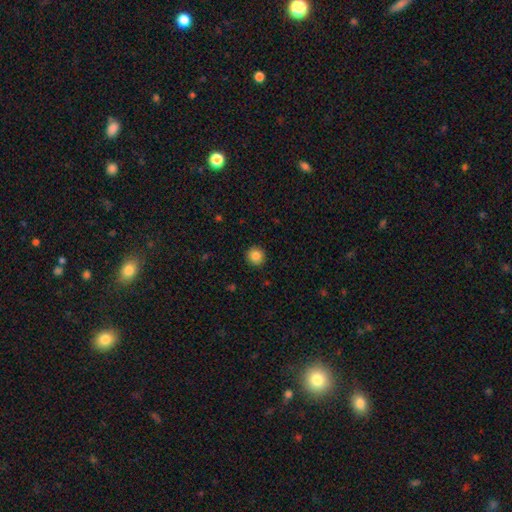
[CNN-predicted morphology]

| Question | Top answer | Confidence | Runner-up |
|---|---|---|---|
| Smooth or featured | smooth | 85% | star or artifact (10%) |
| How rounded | round | 93% | in between (6%) |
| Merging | none | 92% | minor disturbance (5%) |